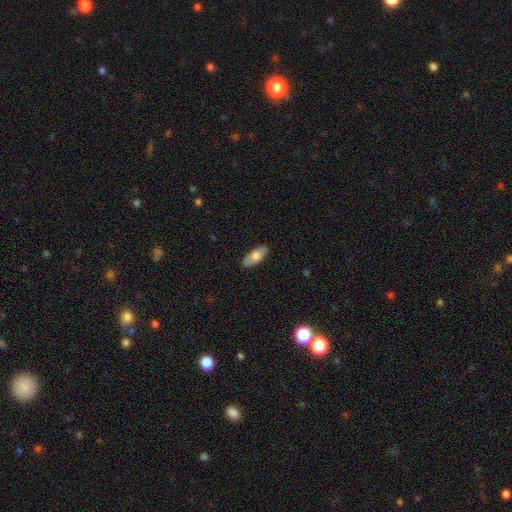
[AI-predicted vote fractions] smooth_or_featured: smooth (p=0.71) [alt: featured or disk p=0.23]
how_rounded: in between (p=0.83) [alt: cigar-shaped p=0.14]
merging: none (p=0.85) [alt: minor disturbance p=0.12]